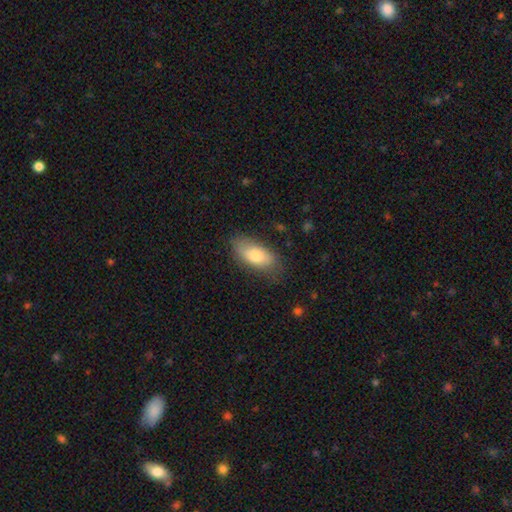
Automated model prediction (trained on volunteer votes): A smooth galaxy with no disk features (77%) that is in between round and cigar-shaped (88%).

Vote fractions:
- Smooth or featured? smooth: 77% / featured or disk: 17% / star or artifact: 7%
- How rounded? in between: 88% / cigar-shaped: 9% / round: 4%
- Merging? none: 74% / minor disturbance: 19% / major disturbance: 5% / merger: 1%